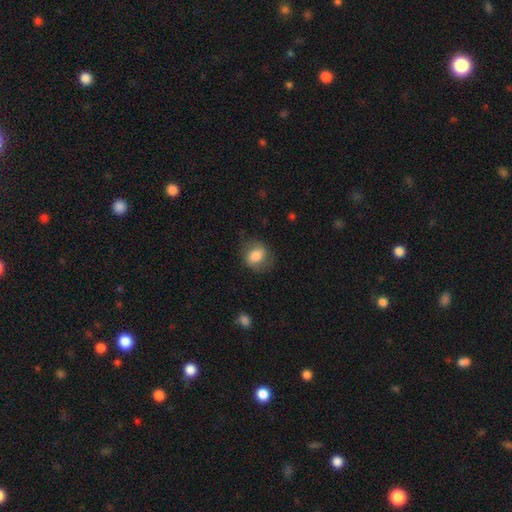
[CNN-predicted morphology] Overall: smooth (71%). How rounded: in between (50%; round 49%). Merging: none (67%).